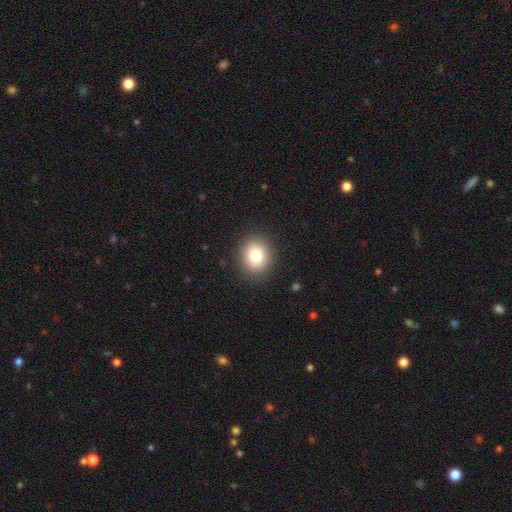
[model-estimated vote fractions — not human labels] smooth 81%, star or artifact 11%, featured or disk 9%. Down the decision tree: how rounded — round (70%); merging — none (90%).